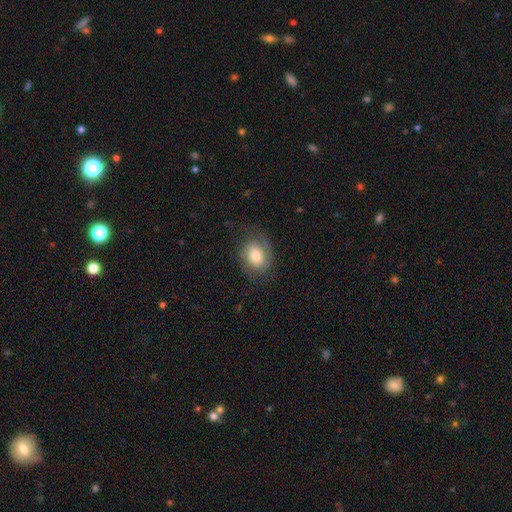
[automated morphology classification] Smooth or featured: smooth — 59% (featured or disk — 33%)
How rounded: in between — 59% (round — 40%)
Merging: none — 67% (minor disturbance — 20%)